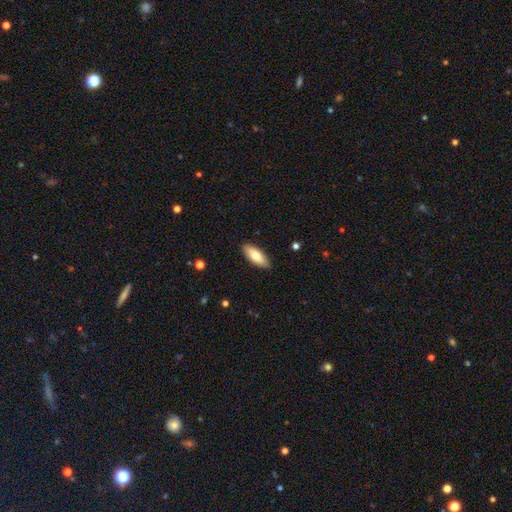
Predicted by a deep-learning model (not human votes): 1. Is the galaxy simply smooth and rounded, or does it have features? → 77% smooth, 18% featured or disk, 6% star or artifact.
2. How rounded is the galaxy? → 78% in between, 20% cigar-shaped, 2% round.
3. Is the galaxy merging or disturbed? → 88% none, 10% minor disturbance, 2% major disturbance, 1% merger.